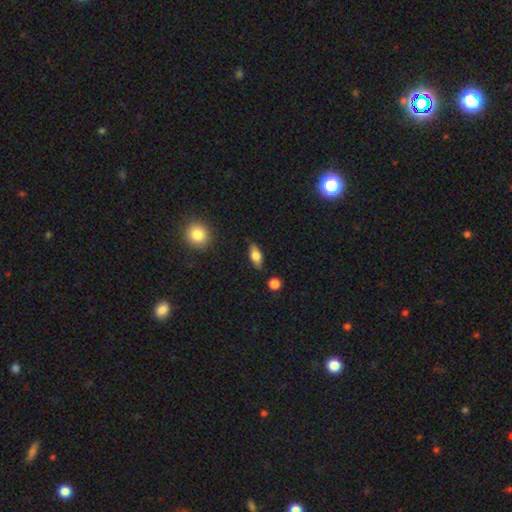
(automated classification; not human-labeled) smooth-or-featured: smooth: 67% | featured or disk: 26% | star or artifact: 7%
  how-rounded: in between: 78% | cigar-shaped: 17% | round: 5%
  merging: none: 84% | minor disturbance: 11% | major disturbance: 2% | merger: 2%